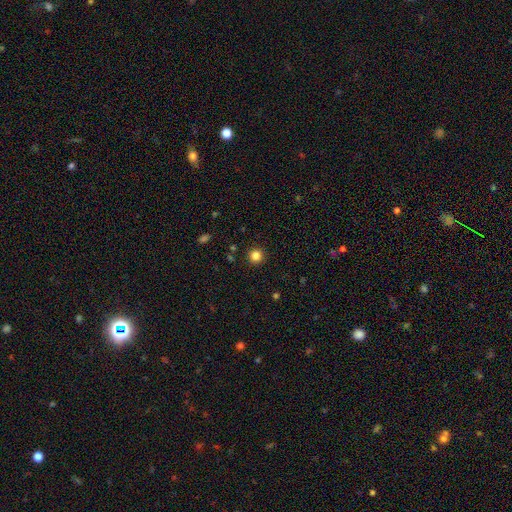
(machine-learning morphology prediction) Smooth or featured: smooth — 83% (star or artifact — 13%)
How rounded: round — 95% (in between — 4%)
Merging: none — 92% (minor disturbance — 5%)